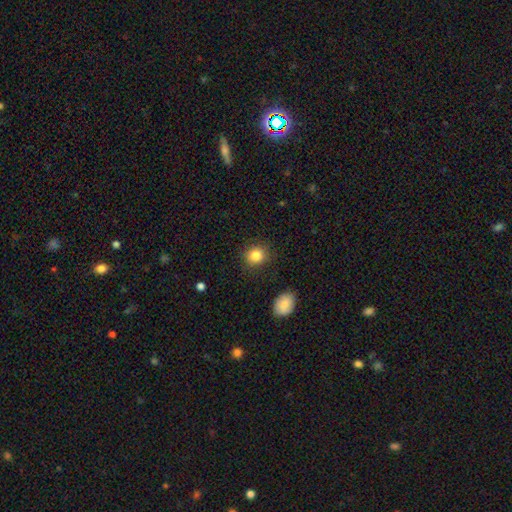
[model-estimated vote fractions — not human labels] Smooth or featured: smooth — 84% (star or artifact — 10%)
How rounded: round — 81% (in between — 18%)
Merging: none — 88% (minor disturbance — 8%)